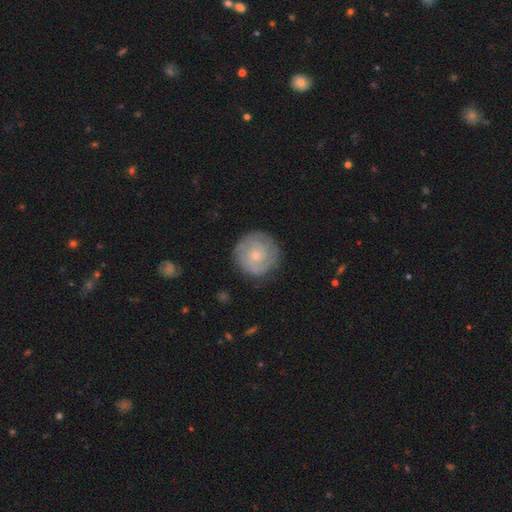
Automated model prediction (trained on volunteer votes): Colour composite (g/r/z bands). It shows a featured or disk galaxy (64%) with no bar (81%), tight (72%) spiral arms (85%) and a small central bulge (71%). Merging: none (83%).